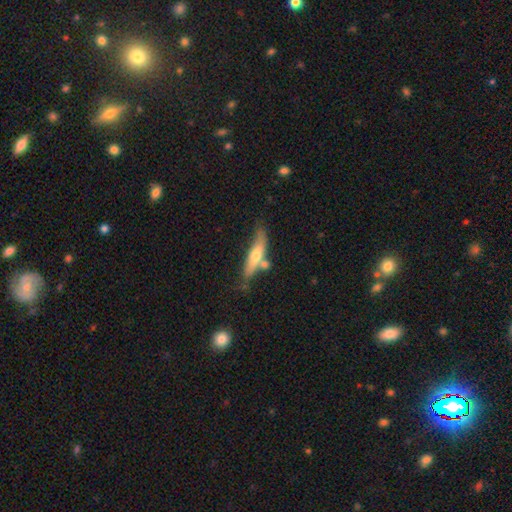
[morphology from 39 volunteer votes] Volunteers were most divided on "smooth or featured" (2-way tie): smooth: 49%, featured or disk: 49%, star or artifact: 3%. Remaining: how rounded — cigar-shaped (84%); merging — minor disturbance (37%).